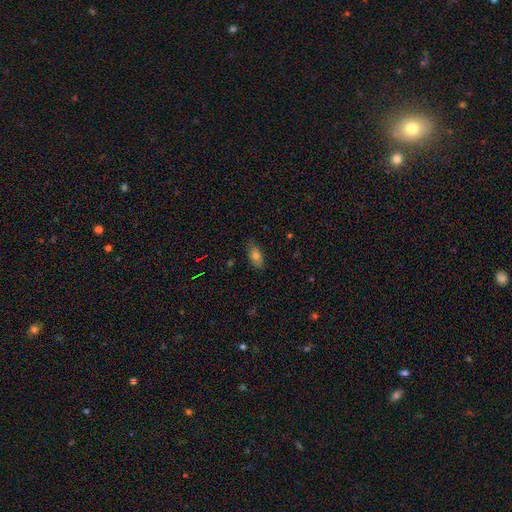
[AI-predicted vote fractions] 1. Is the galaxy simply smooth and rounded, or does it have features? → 75% smooth, 14% featured or disk, 11% star or artifact.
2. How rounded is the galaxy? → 86% in between, 10% cigar-shaped, 4% round.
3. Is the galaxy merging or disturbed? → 82% none, 15% minor disturbance, 3% major disturbance, 1% merger.